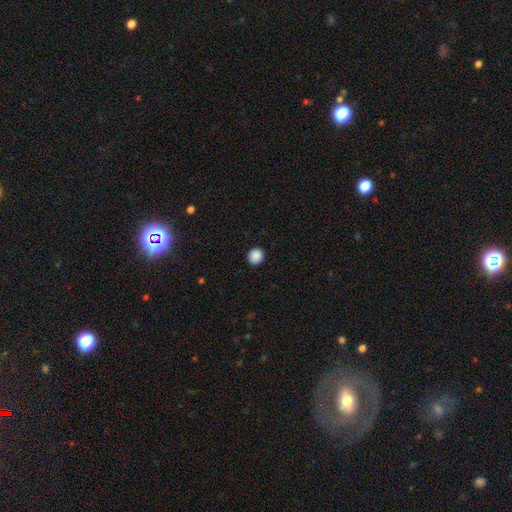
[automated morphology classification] smooth_or_featured: smooth (p=0.89) [alt: star or artifact p=0.09]
how_rounded: round (p=0.92) [alt: in between p=0.07]
merging: none (p=0.93) [alt: minor disturbance p=0.05]